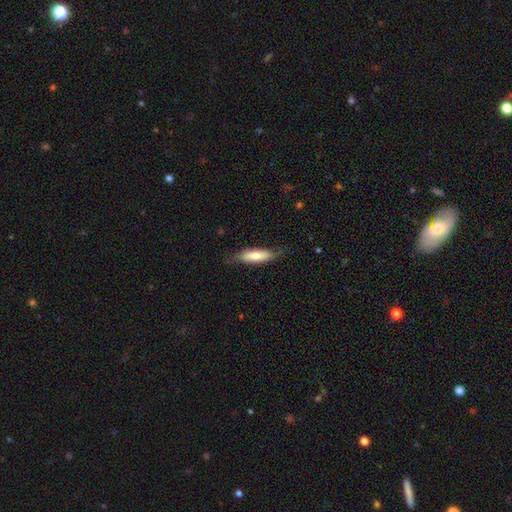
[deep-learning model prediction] The model was most divided on "how rounded": cigar-shaped: 56%, in between: 42%, round: 2%. More confident: merging — none (73%); smooth or featured — smooth (71%).